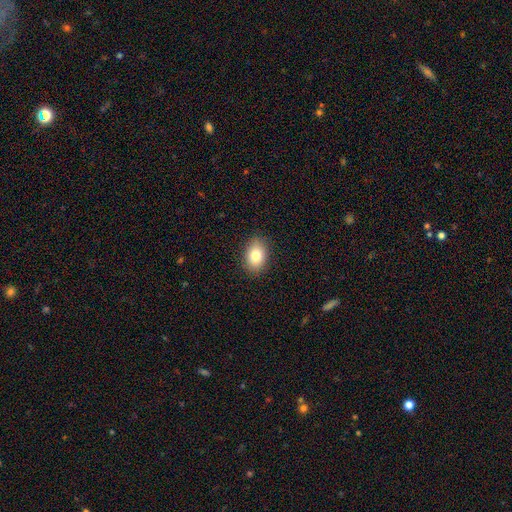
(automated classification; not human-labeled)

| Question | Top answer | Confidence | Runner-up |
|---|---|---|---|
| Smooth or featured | smooth | 81% | featured or disk (10%) |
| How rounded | in between | 80% | round (19%) |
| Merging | none | 88% | minor disturbance (9%) |